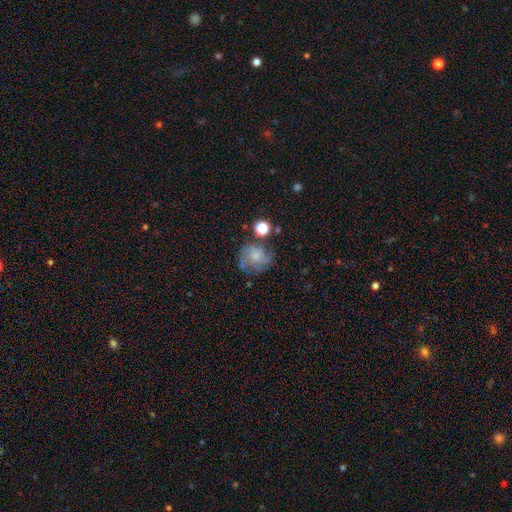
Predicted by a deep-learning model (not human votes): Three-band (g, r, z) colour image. It shows a smooth galaxy with no disk features (54%) that is round (78%). Merging: none (55%).